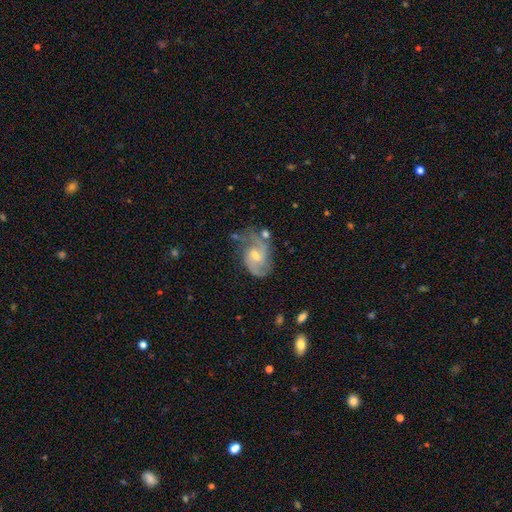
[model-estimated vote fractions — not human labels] smooth_or_featured: featured or disk (p=0.79) [alt: smooth p=0.14]
disk_edge_on: no (p=0.97) [alt: yes p=0.03]
bar: weak (p=0.51) [alt: no p=0.41]
has_spiral_arms: yes (p=0.94) [alt: no p=0.06]
spiral_winding: medium (p=0.51) [alt: loose p=0.31]
spiral_arm_count: 2 (p=0.77) [alt: can't tell p=0.10]
bulge_size: moderate (p=0.50) [alt: small p=0.43]
merging: none (p=0.54) [alt: minor disturbance p=0.25]